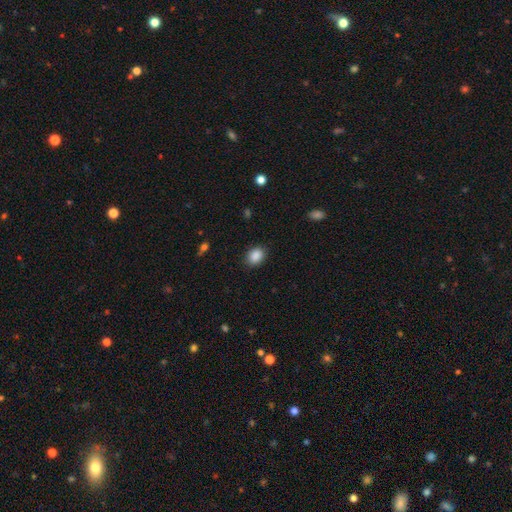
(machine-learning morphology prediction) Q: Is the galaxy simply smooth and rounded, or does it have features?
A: smooth — 88%.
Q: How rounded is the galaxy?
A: in between — 67%.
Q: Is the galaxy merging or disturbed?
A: none — 87%.